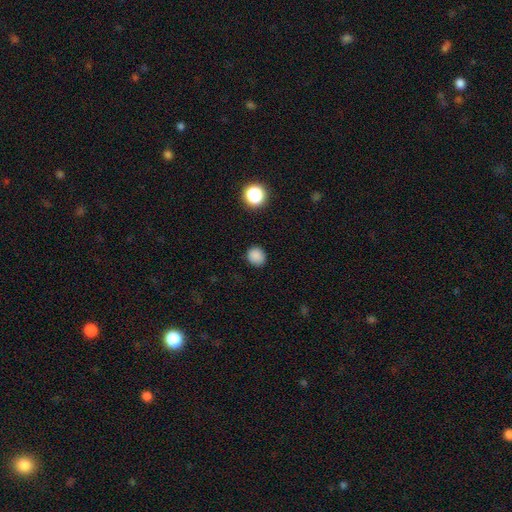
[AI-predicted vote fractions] Q: Smooth or featured?
A: smooth (85%); runner-up: star or artifact (12%)
Q: How rounded?
A: round (86%); runner-up: in between (13%)
Q: Merging?
A: none (89%); runner-up: minor disturbance (7%)